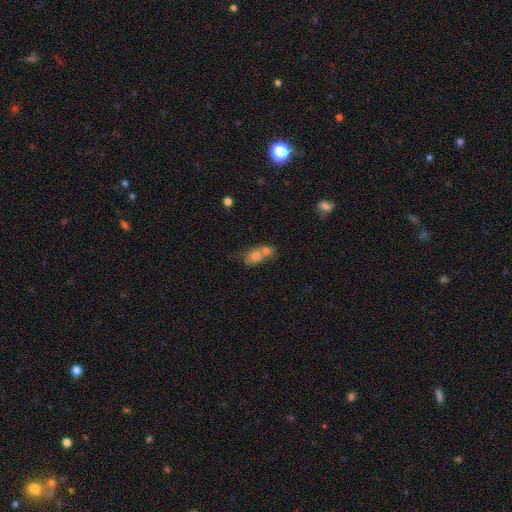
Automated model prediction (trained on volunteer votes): Q: Smooth or featured?
A: smooth (70%); runner-up: featured or disk (18%)
Q: How rounded?
A: in between (62%); runner-up: round (33%)
Q: Merging?
A: merger (63%); runner-up: none (23%)